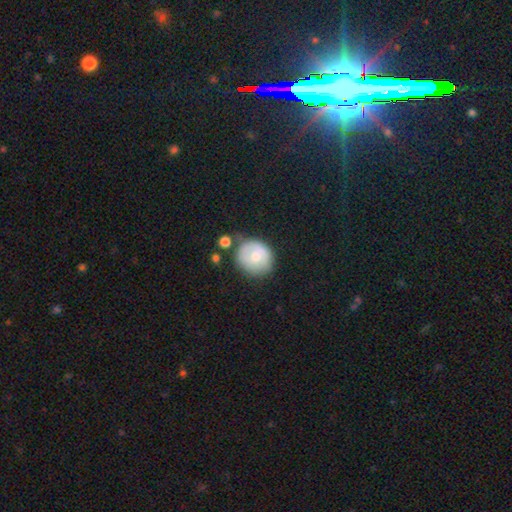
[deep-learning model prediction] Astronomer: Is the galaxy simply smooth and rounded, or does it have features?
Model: smooth — 61%.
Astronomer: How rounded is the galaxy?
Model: round — 85%.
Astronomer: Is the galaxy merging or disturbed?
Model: none — 63%.